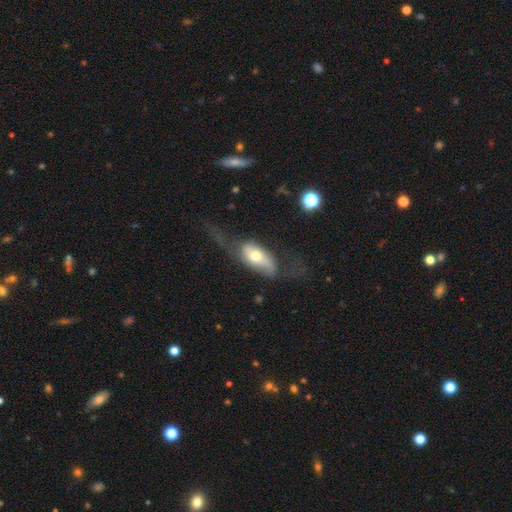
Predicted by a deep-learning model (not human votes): Smooth or featured? Predicted: featured or disk (p=0.47). Merging? Predicted: major disturbance (p=0.41).